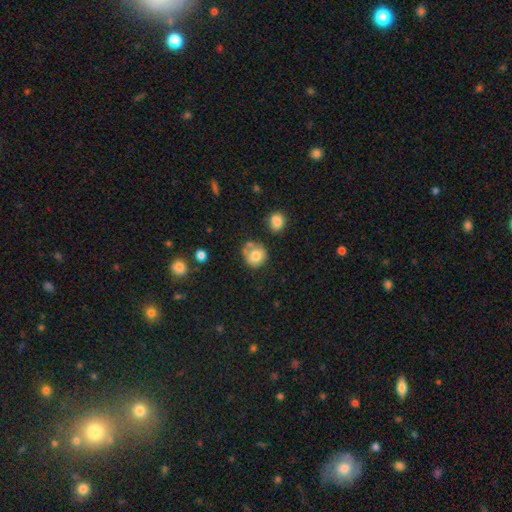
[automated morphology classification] smooth-or-featured: smooth: 73% | featured or disk: 18% | star or artifact: 9%
  how-rounded: round: 81% | in between: 18% | cigar-shaped: 1%
  merging: none: 49% | minor disturbance: 24% | merger: 17% | major disturbance: 11%